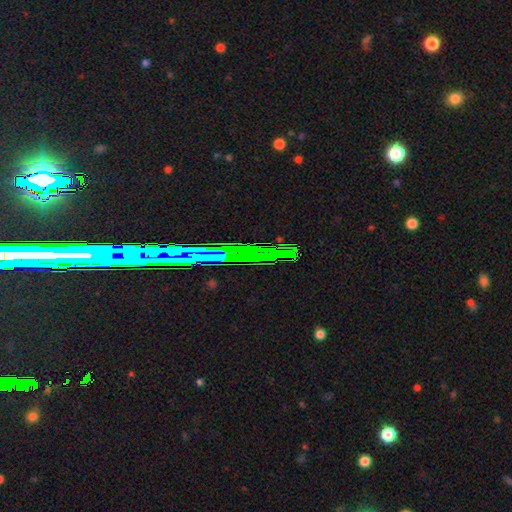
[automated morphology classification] A star or artifact, not a galaxy (70%).

Vote fractions:
- Smooth or featured? star or artifact: 70% / featured or disk: 18% / smooth: 12%